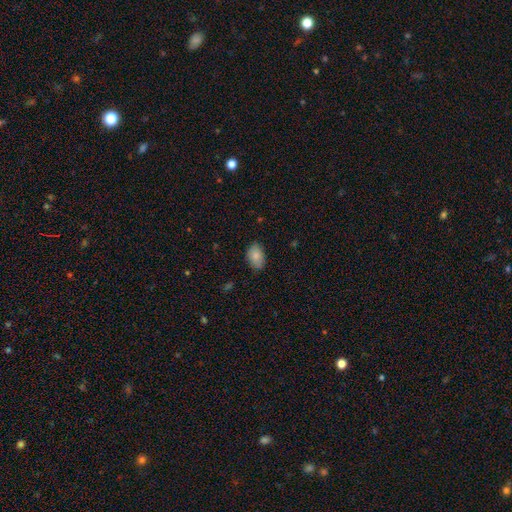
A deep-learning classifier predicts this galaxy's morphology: smooth 85%, featured or disk 7%, star or artifact 7%. Down the decision tree: how rounded — in between (88%); merging — none (82%).